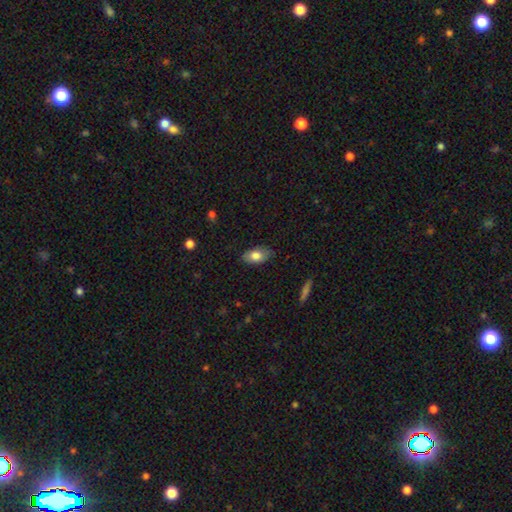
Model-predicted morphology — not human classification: This appears to be a smooth galaxy with no disk features (78%) that is in between round and cigar-shaped (92%). Merging: none (82%).